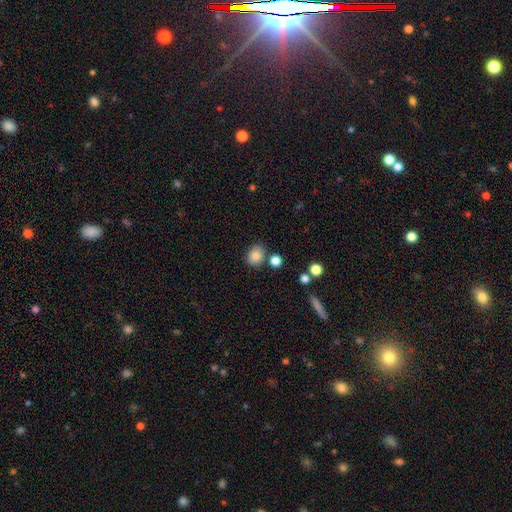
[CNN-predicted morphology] smooth 85%, star or artifact 10%, featured or disk 5%. Down the decision tree: how rounded — round (56%); merging — none (76%).